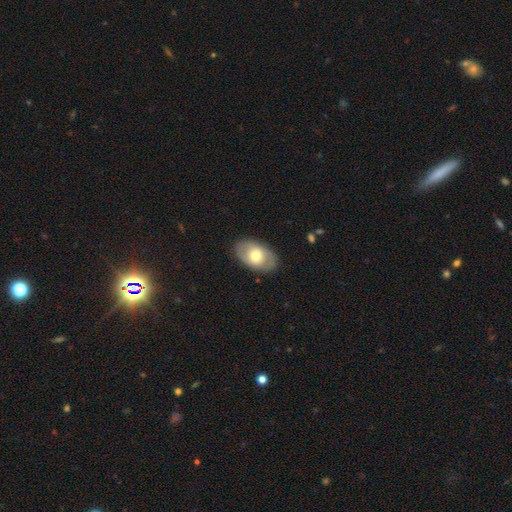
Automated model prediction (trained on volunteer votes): smooth_or_featured: smooth (p=0.57) [alt: featured or disk p=0.37]
how_rounded: in between (p=0.90) [alt: round p=0.09]
merging: none (p=0.85) [alt: minor disturbance p=0.11]